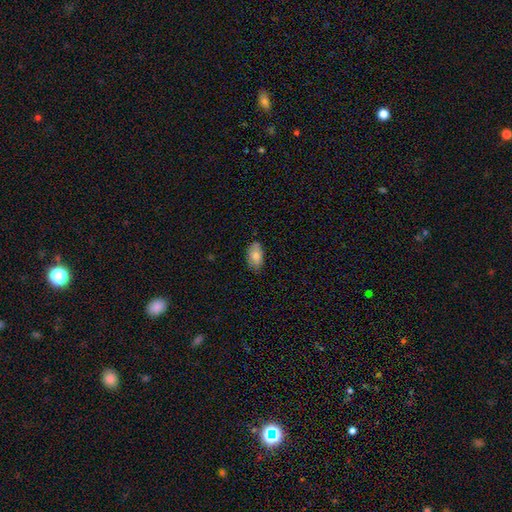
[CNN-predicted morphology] Smooth or featured?
  - smooth: 79% *
  - featured or disk: 14%
  - star or artifact: 7%
How rounded?
  - in between: 93% *
  - round: 5%
  - cigar-shaped: 2%
Merging?
  - none: 76% *
  - minor disturbance: 20%
  - major disturbance: 3%
  - merger: 1%